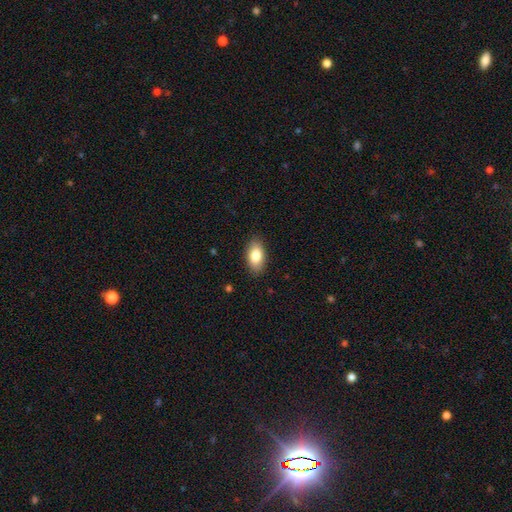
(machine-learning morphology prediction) Smooth or featured? smooth (84%)
How rounded? in between (93%)
Merging? none (87%)